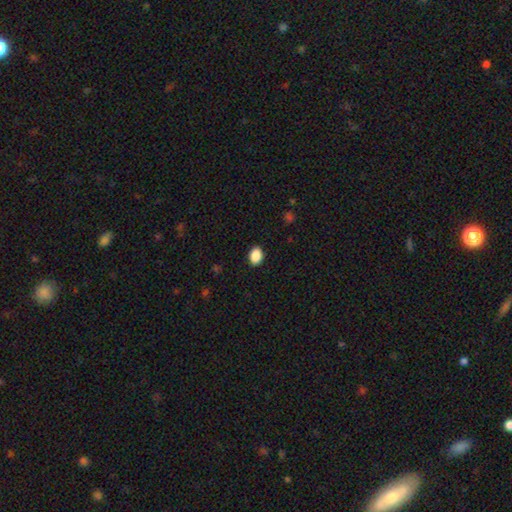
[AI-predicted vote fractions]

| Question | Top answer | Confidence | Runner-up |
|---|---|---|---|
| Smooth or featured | smooth | 90% | star or artifact (8%) |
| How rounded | in between | 72% | round (27%) |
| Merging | none | 90% | minor disturbance (7%) |